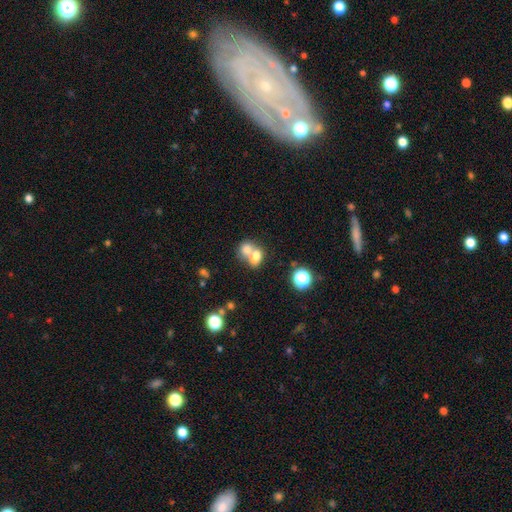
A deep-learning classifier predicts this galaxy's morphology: smooth_or_featured: smooth (p=0.70) [alt: featured or disk p=0.18]
how_rounded: round (p=0.50) [alt: in between p=0.49]
merging: merger (p=0.67) [alt: none p=0.23]